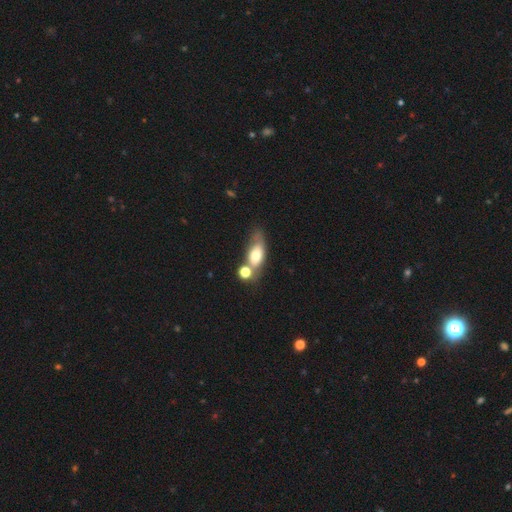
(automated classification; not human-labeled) Morphology: type=smooth (65%); roundness=in between (75%); merging=merger (37%, tied with none).